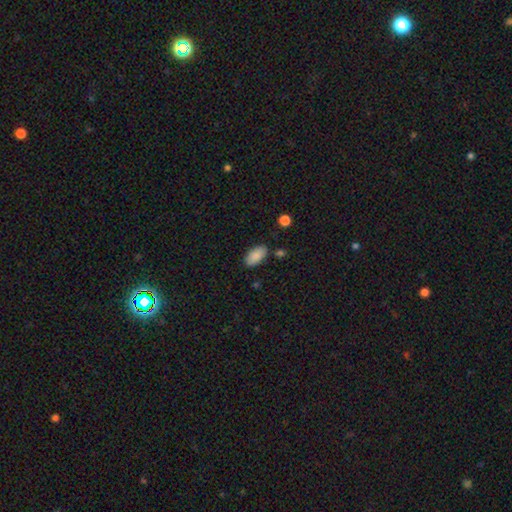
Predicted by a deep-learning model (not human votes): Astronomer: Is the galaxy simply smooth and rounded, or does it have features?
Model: smooth — 88%.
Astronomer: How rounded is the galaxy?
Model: in between — 95%.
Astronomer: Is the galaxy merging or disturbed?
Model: none — 81%.